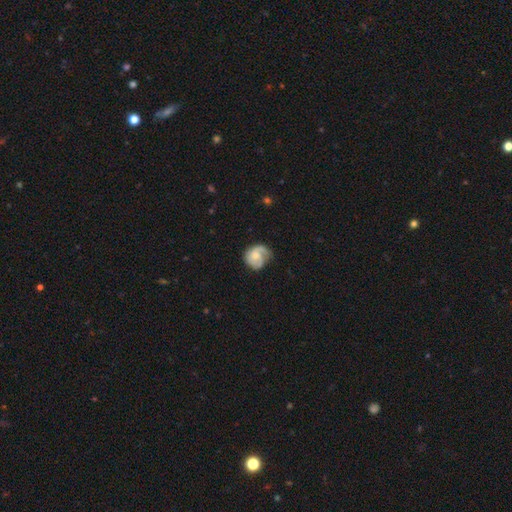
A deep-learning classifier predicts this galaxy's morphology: A featured or disk galaxy (55%) with no bar (70%), spiral arms (85%) and a small central bulge (41%). Merging: none (51%).